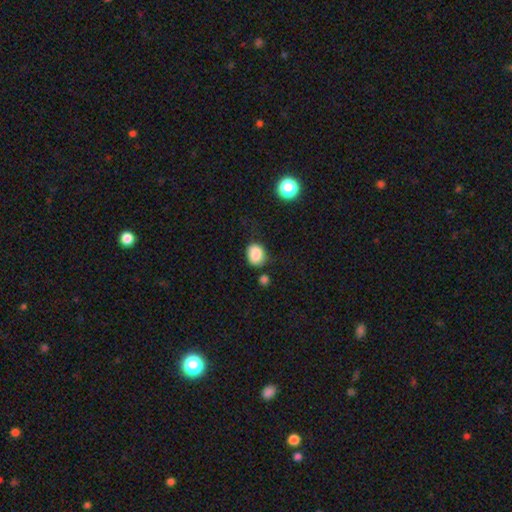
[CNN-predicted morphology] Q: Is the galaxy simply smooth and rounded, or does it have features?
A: smooth — 86%.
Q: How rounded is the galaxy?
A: round — 53%.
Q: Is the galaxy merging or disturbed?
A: none — 68%.